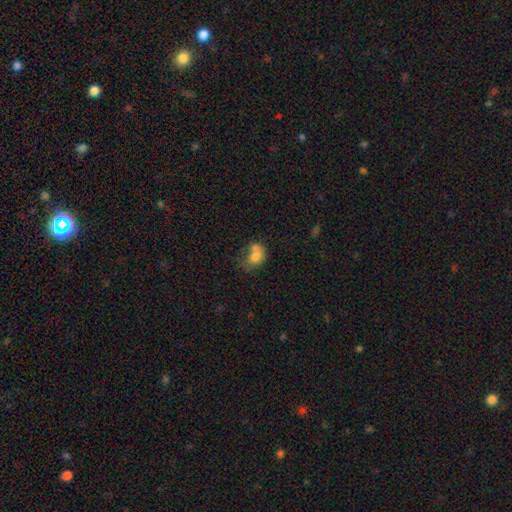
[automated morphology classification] Smooth or featured?
  - smooth: 72% *
  - featured or disk: 18%
  - star or artifact: 10%
How rounded?
  - in between: 62% *
  - round: 37%
  - cigar-shaped: 1%
Merging?
  - merger: 48% *
  - none: 23%
  - minor disturbance: 16%
  - major disturbance: 13%